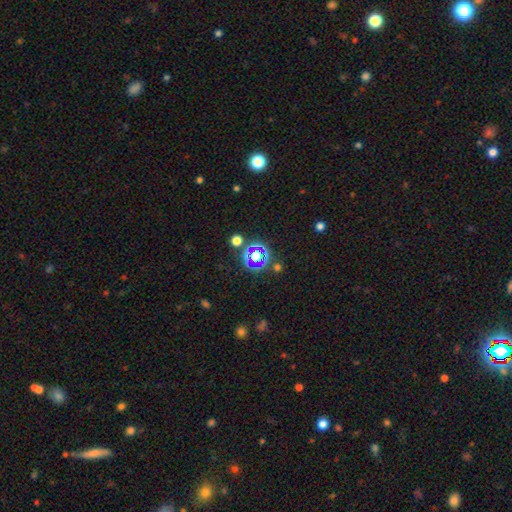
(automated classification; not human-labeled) Smooth or featured: star or artifact — 63% (smooth — 26%)